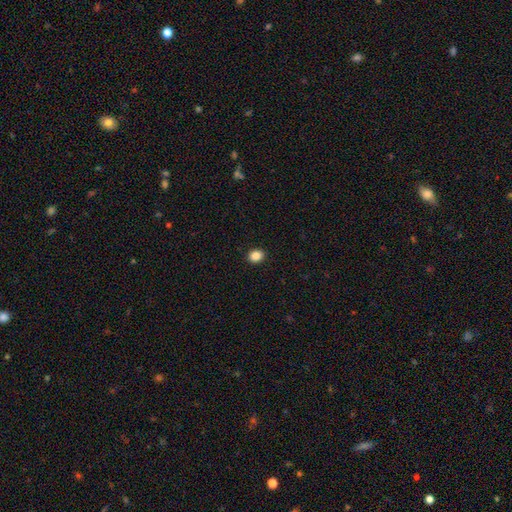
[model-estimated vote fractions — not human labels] This is clearly a smooth galaxy (87%). How rounded: possibly round (53%). Merging: clearly none (92%).